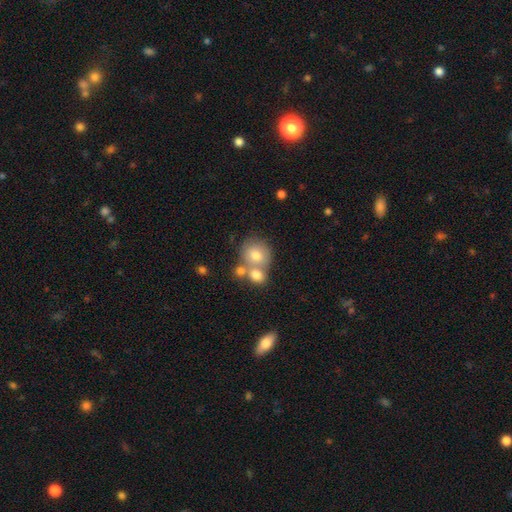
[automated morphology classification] The model was most divided on "merging": merger: 45%, none: 42%, minor disturbance: 9%, major disturbance: 4%. More confident: how rounded — round (78%); smooth or featured — smooth (71%).